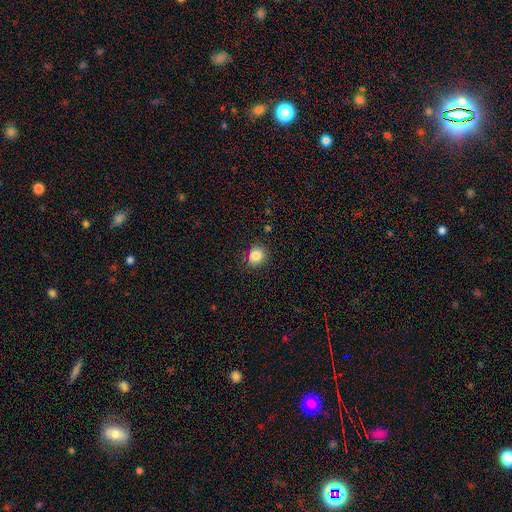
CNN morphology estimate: smooth 84%, star or artifact 11%, featured or disk 5%. Down the decision tree: how rounded — round (82%); merging — none (88%).